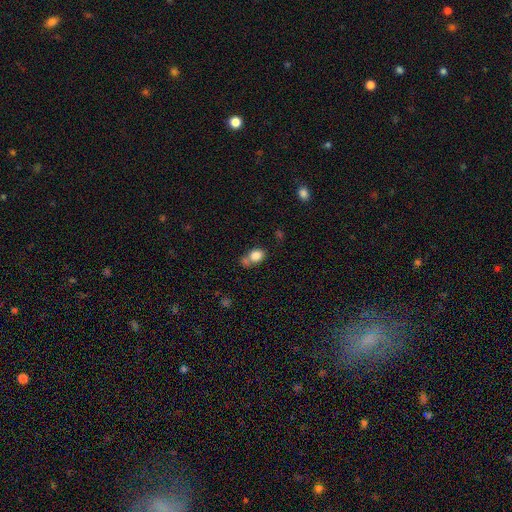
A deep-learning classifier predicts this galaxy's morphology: A smooth galaxy with no disk features (82%) that is in between round and cigar-shaped (58%). Merging: none (47%).